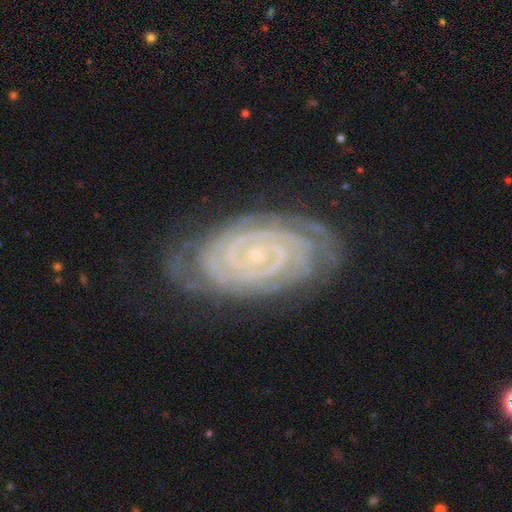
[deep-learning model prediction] The model was most divided on "bar": no: 60%, weak: 26%, strong: 15%. More confident: spiral arms — yes (99%); edge-on disk — no (97%); smooth or featured — featured or disk (90%); spiral winding — tight (89%); bulge size — small (84%); merging — none (78%); spiral arm count — 2 (55%).